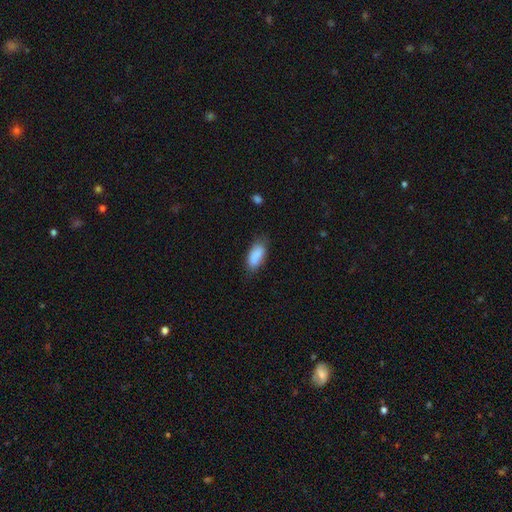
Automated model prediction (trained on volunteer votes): Smooth or featured? smooth (88%)
How rounded? in between (88%)
Merging? none (73%)